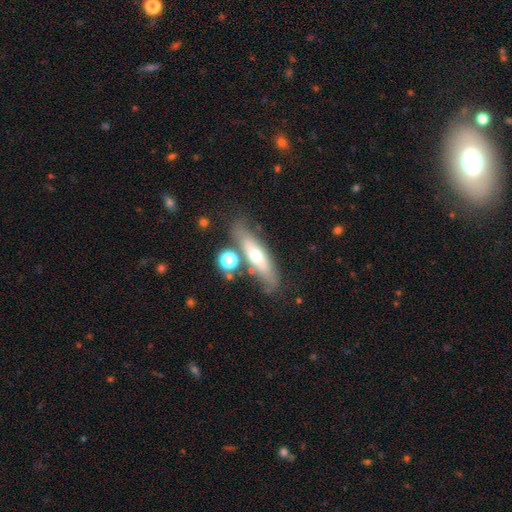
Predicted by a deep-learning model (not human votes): The model was most divided on "smooth or featured": smooth: 47%, featured or disk: 45%, star or artifact: 8%. More confident: merging — none (70%).